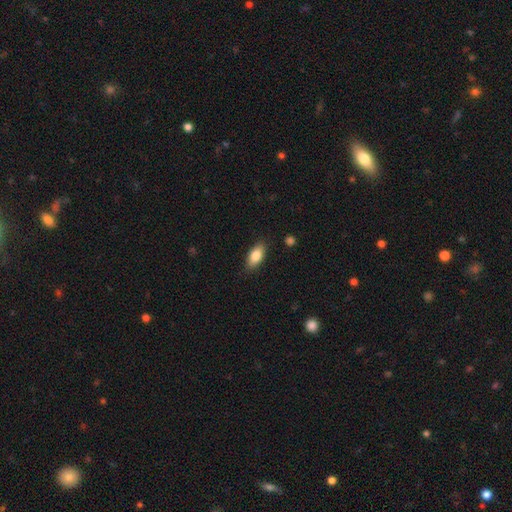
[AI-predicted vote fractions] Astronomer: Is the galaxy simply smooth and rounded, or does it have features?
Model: smooth — 82%.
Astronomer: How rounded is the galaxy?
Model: in between — 87%.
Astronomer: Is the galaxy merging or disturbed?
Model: none — 85%.